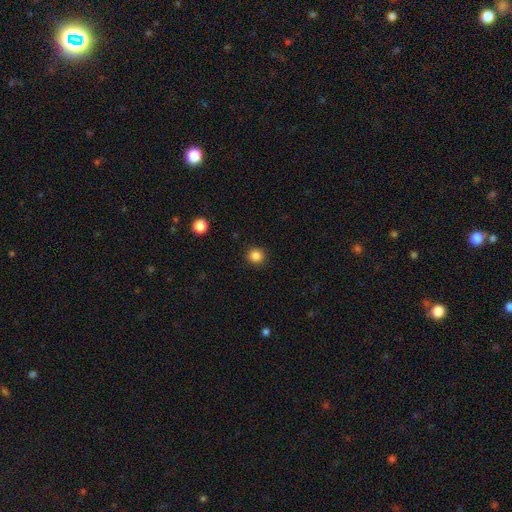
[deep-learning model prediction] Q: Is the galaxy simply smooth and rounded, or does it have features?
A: smooth — 85%.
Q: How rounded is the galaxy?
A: round — 92%.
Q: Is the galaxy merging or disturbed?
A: none — 91%.